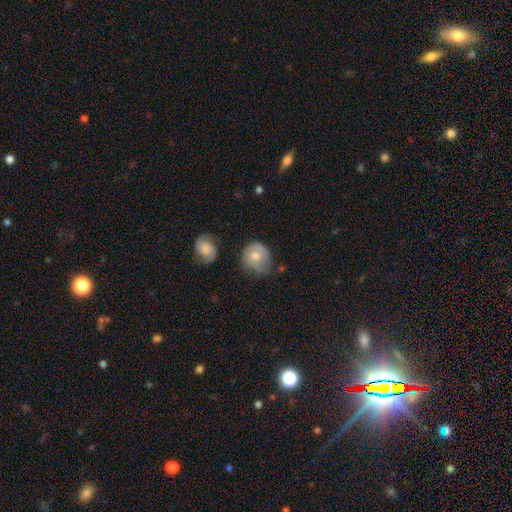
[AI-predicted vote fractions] Smooth or featured? Predicted: smooth (p=0.62). How rounded? Predicted: round (p=0.77). Merging? Predicted: none (p=0.48).